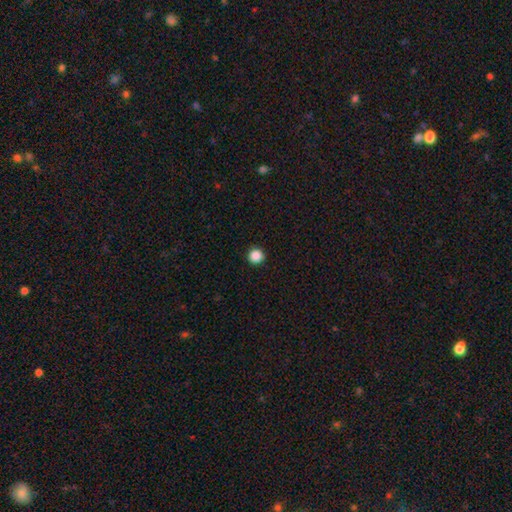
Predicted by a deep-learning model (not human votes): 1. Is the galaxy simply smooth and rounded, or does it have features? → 87% smooth, 10% star or artifact, 2% featured or disk.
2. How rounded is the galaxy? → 96% round, 3% in between, 1% cigar-shaped.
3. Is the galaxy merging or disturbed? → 93% none, 4% minor disturbance, 1% major disturbance, 1% merger.